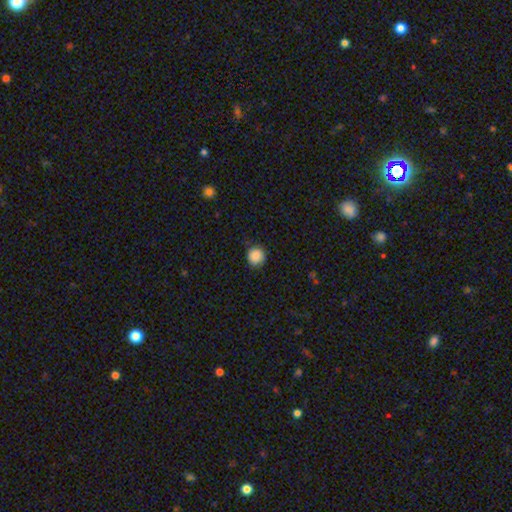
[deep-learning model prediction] A smooth galaxy with no disk features (84%) that is round (89%).

Vote fractions:
- Smooth or featured? smooth: 84% / star or artifact: 9% / featured or disk: 7%
- How rounded? round: 89% / in between: 10% / cigar-shaped: 1%
- Merging? none: 78% / minor disturbance: 17% / major disturbance: 3% / merger: 1%